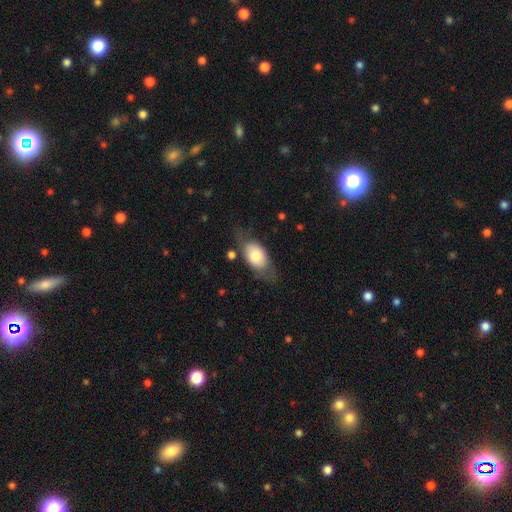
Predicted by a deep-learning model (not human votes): A smooth galaxy with no disk features (68%) that is in between round and cigar-shaped (86%).

Vote fractions:
- Smooth or featured? smooth: 68% / featured or disk: 25% / star or artifact: 6%
- How rounded? in between: 86% / round: 10% / cigar-shaped: 5%
- Merging? none: 65% / minor disturbance: 21% / major disturbance: 11% / merger: 3%